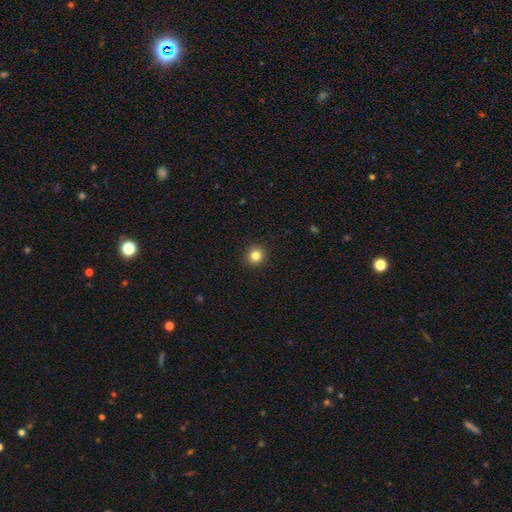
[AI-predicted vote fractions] This is clearly a smooth galaxy (83%). How rounded: clearly round (93%). Merging: clearly none (93%).